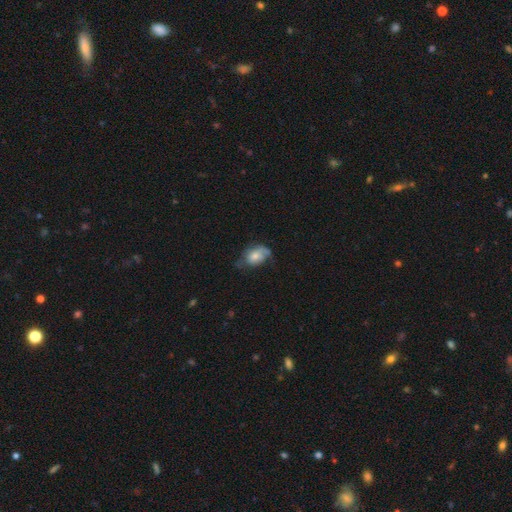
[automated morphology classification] Smooth or featured?
  - smooth: 54% *
  - featured or disk: 39%
  - star or artifact: 8%
How rounded?
  - in between: 82% *
  - round: 16%
  - cigar-shaped: 2%
Merging?
  - none: 39% *
  - minor disturbance: 34%
  - major disturbance: 24%
  - merger: 3%